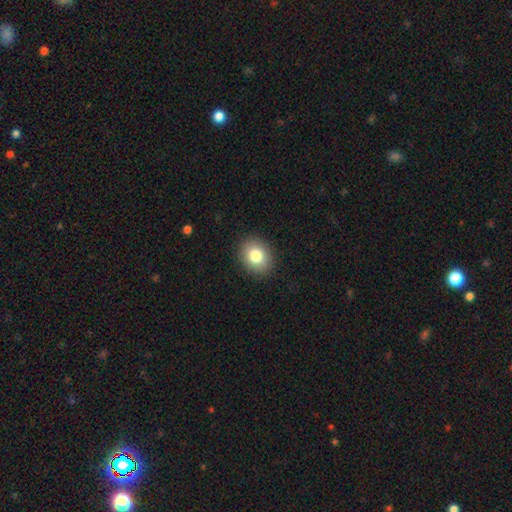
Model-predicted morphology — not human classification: smooth-or-featured: smooth: 81% | featured or disk: 9% | star or artifact: 9%
  how-rounded: round: 55% | in between: 44% | cigar-shaped: 1%
  merging: none: 90% | minor disturbance: 7% | major disturbance: 2% | merger: 1%